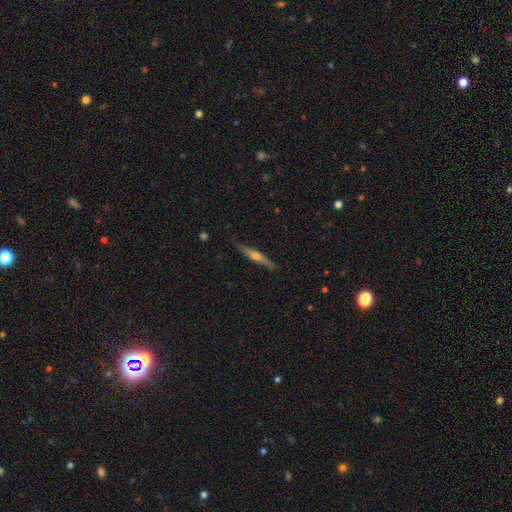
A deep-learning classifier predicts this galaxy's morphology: A featured or disk galaxy (68%) viewed edge-on (97%) with a rounded central bulge (86%). Merging: none (88%).